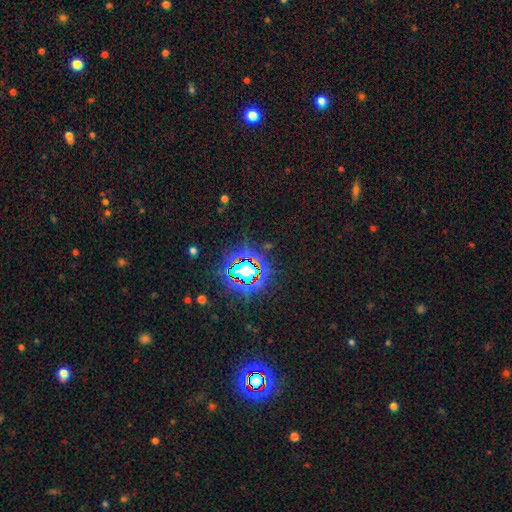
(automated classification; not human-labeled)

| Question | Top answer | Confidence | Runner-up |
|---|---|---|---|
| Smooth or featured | star or artifact | 83% | smooth (10%) |